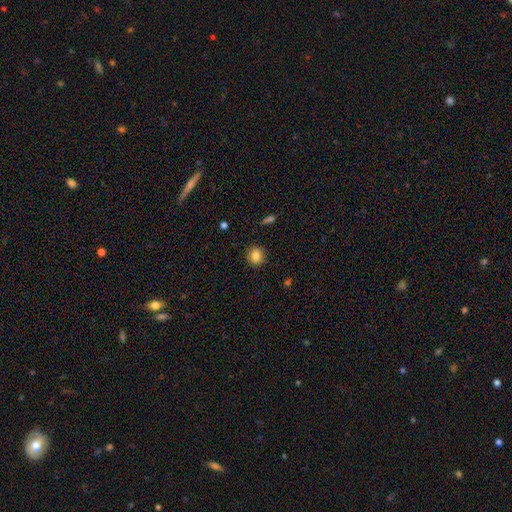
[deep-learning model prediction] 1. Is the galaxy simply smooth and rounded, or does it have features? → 83% smooth, 10% star or artifact, 6% featured or disk.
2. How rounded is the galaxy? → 84% round, 14% in between, 1% cigar-shaped.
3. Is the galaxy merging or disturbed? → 90% none, 7% minor disturbance, 2% major disturbance, 1% merger.